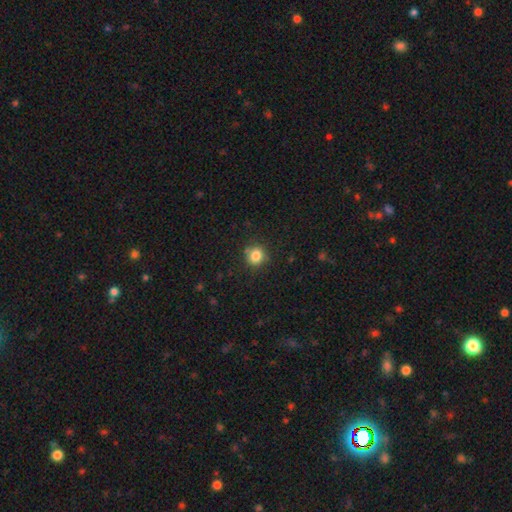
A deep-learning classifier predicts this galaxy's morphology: smooth-or-featured: smooth: 83% | star or artifact: 11% | featured or disk: 5%
  how-rounded: round: 88% | in between: 11% | cigar-shaped: 1%
  merging: none: 84% | minor disturbance: 10% | major disturbance: 3% | merger: 3%